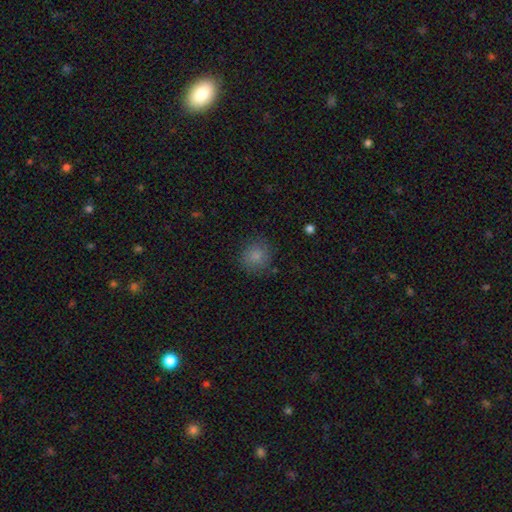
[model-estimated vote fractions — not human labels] smooth_or_featured: smooth (p=0.84) [alt: star or artifact p=0.11]
how_rounded: round (p=0.89) [alt: in between p=0.10]
merging: none (p=0.82) [alt: minor disturbance p=0.12]